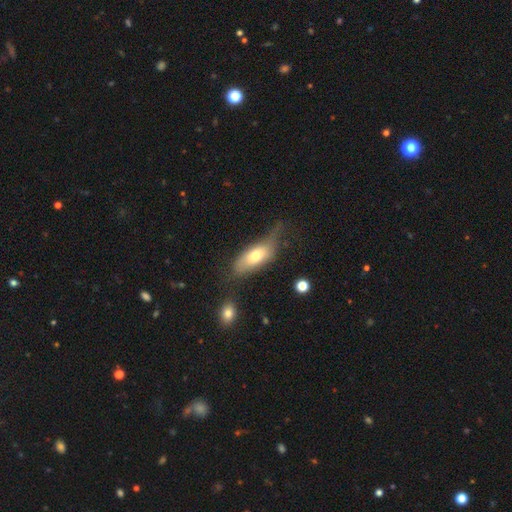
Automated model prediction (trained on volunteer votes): Smooth or featured?
  - smooth: 68% *
  - featured or disk: 25%
  - star or artifact: 7%
How rounded?
  - in between: 80% *
  - cigar-shaped: 16%
  - round: 3%
Merging?
  - none: 44% *
  - minor disturbance: 31%
  - major disturbance: 19%
  - merger: 5%